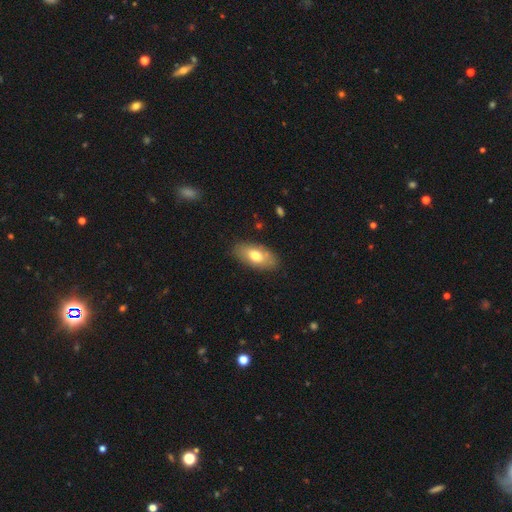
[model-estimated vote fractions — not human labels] Smooth or featured?
  - smooth: 70% *
  - featured or disk: 24%
  - star or artifact: 6%
How rounded?
  - in between: 89% *
  - cigar-shaped: 7%
  - round: 3%
Merging?
  - none: 83% *
  - minor disturbance: 13%
  - major disturbance: 3%
  - merger: 1%